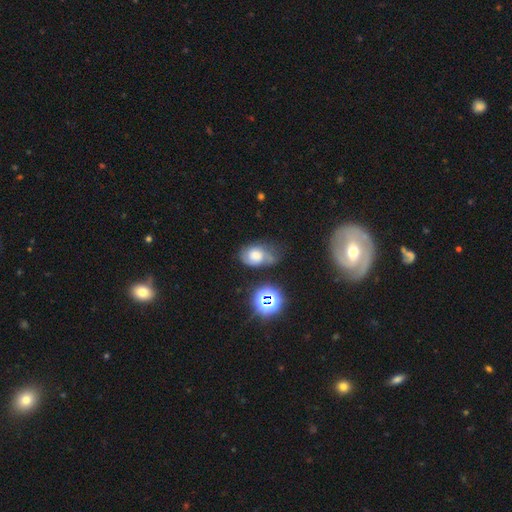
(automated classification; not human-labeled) The model was most divided on "merging": minor disturbance: 35%, none: 34%, major disturbance: 21%, merger: 10%. More confident: how rounded — in between (71%); smooth or featured — smooth (53%).